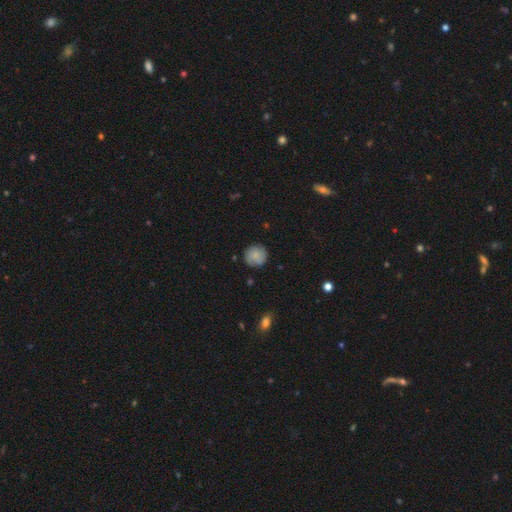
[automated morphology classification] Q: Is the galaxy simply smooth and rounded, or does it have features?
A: smooth — 75%.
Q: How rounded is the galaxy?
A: round — 92%.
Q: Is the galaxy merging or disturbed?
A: none — 82%.